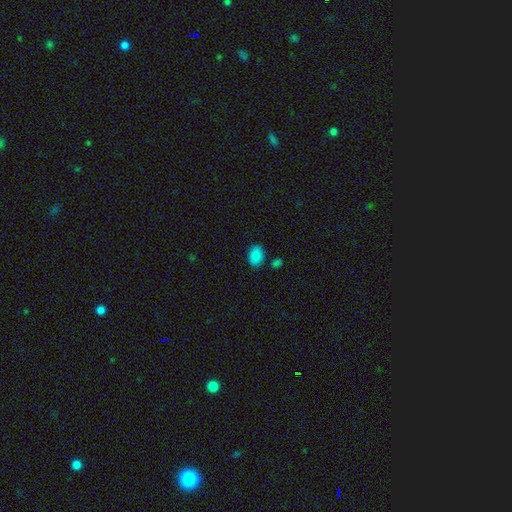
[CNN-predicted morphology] smooth 86%, star or artifact 10%, featured or disk 3%. Down the decision tree: how rounded — in between (83%); merging — none (81%).